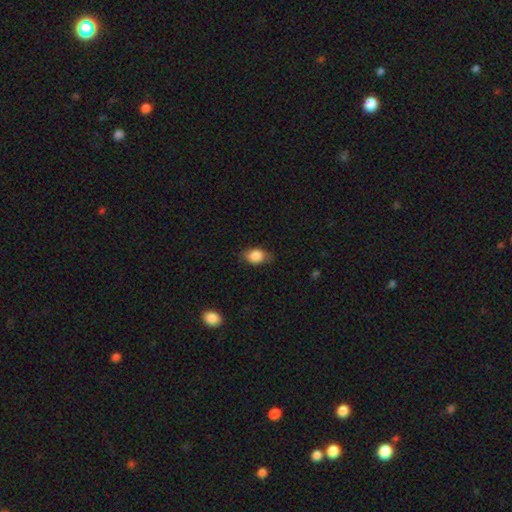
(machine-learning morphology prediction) A smooth galaxy with no disk features (85%) that is in between round and cigar-shaped (74%).

Vote fractions:
- Smooth or featured? smooth: 85% / star or artifact: 8% / featured or disk: 7%
- How rounded? in between: 74% / round: 24% / cigar-shaped: 2%
- Merging? none: 73% / minor disturbance: 21% / major disturbance: 5% / merger: 1%